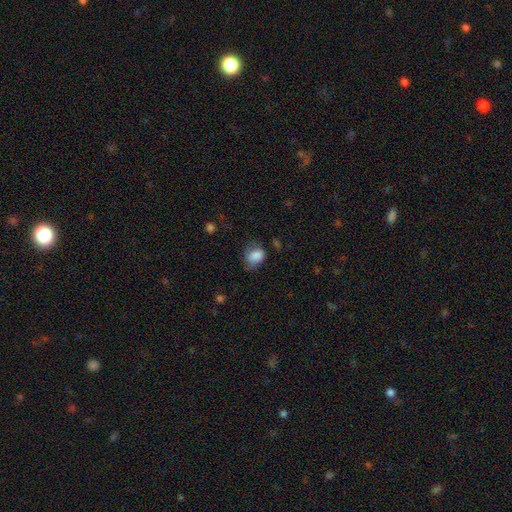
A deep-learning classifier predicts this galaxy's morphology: Smooth or featured: smooth — 83% (featured or disk — 9%)
How rounded: in between — 59% (round — 40%)
Merging: none — 47% (minor disturbance — 35%)